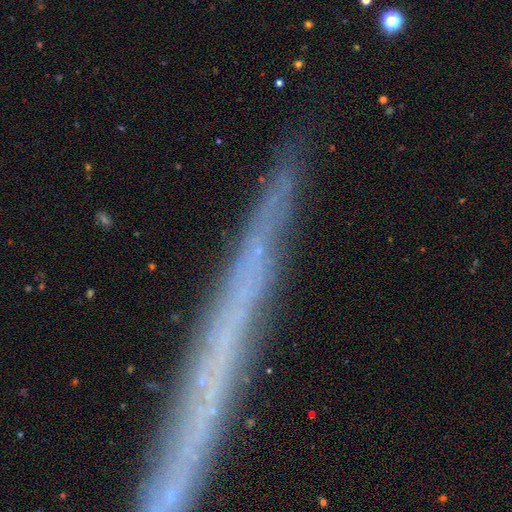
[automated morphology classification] smooth-or-featured: star or artifact: 38% | featured or disk: 37% | smooth: 25%